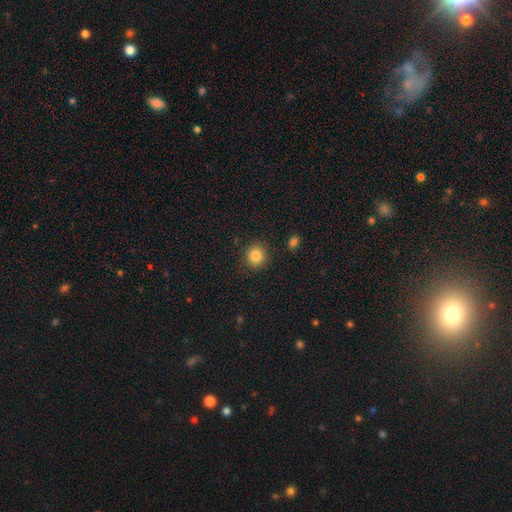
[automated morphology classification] This appears to be a smooth galaxy with no disk features (84%) that is round (90%). Merging: none (90%).